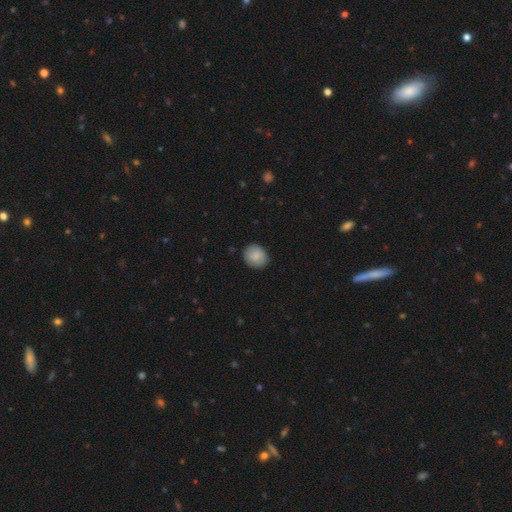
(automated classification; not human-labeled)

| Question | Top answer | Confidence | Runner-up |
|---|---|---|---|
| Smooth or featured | smooth | 85% | featured or disk (8%) |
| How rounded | round | 78% | in between (21%) |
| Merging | none | 86% | minor disturbance (11%) |